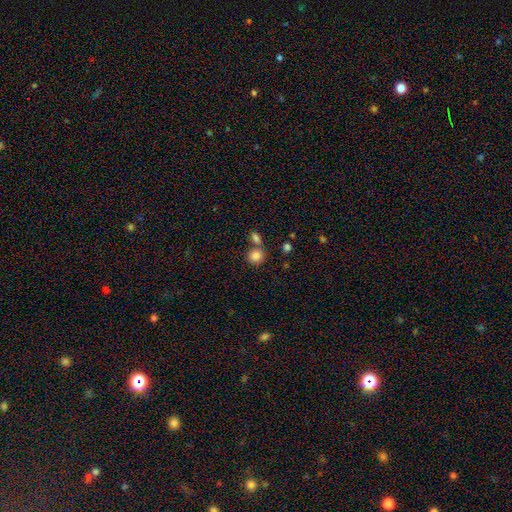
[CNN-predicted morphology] Smooth or featured: smooth — 84% (star or artifact — 9%)
How rounded: round — 79% (in between — 20%)
Merging: none — 59% (merger — 28%)